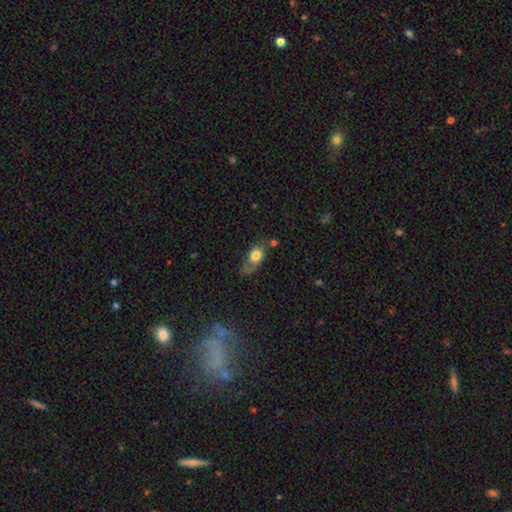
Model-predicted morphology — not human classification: A smooth galaxy with no disk features (73%) that is in between round and cigar-shaped (75%).

Vote fractions:
- Smooth or featured? smooth: 73% / featured or disk: 19% / star or artifact: 9%
- How rounded? in between: 75% / round: 17% / cigar-shaped: 8%
- Merging? none: 41% / minor disturbance: 31% / major disturbance: 21% / merger: 8%